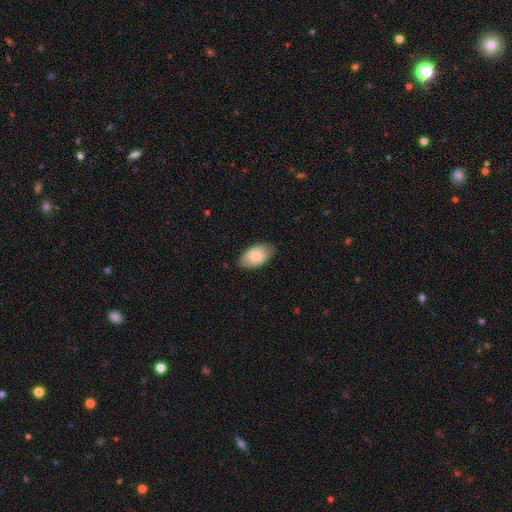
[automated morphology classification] Q: Smooth or featured?
A: smooth (75%); runner-up: featured or disk (18%)
Q: How rounded?
A: in between (93%); runner-up: round (6%)
Q: Merging?
A: none (80%); runner-up: minor disturbance (16%)